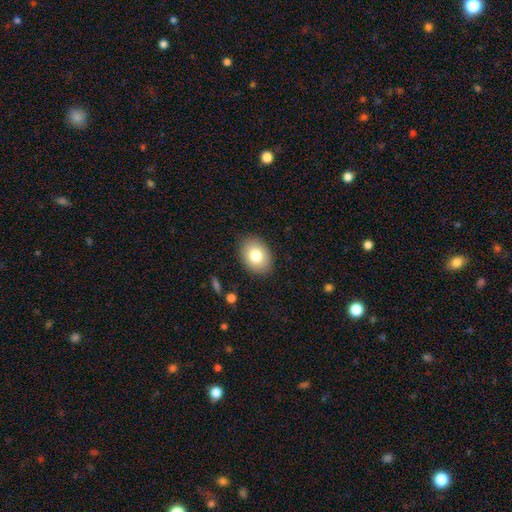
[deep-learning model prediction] smooth-or-featured: smooth: 79% | featured or disk: 13% | star or artifact: 8%
  how-rounded: in between: 69% | round: 30% | cigar-shaped: 1%
  merging: none: 88% | minor disturbance: 9% | major disturbance: 2% | merger: 1%